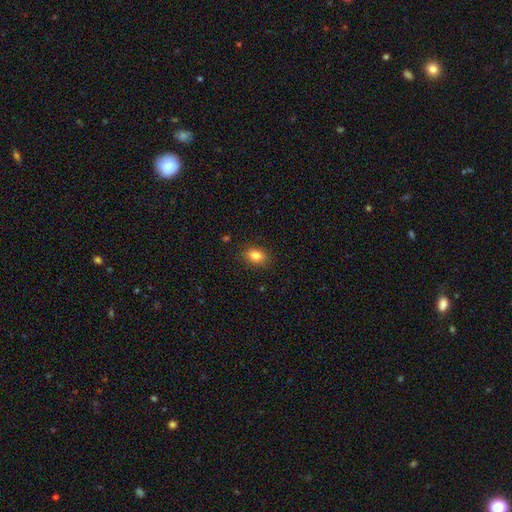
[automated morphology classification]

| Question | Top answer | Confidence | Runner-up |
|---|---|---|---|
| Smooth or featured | smooth | 83% | star or artifact (10%) |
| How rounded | in between | 70% | round (28%) |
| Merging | none | 87% | minor disturbance (9%) |